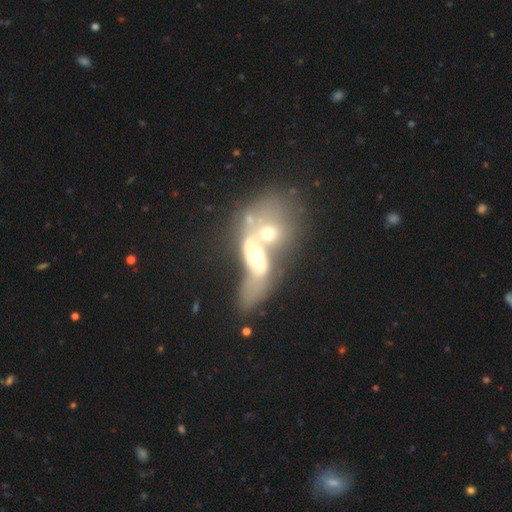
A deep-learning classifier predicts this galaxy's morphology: This is possibly a featured or disk galaxy (58%). It is clearly not viewed edge-on (91%). Bar: likely no (80%). Spiral arm pattern: likely no (71%). Central bulge: possibly moderate (56%). Merging: clearly merger (83%).